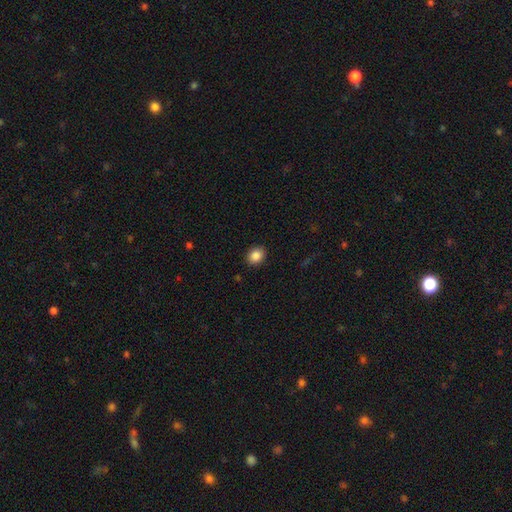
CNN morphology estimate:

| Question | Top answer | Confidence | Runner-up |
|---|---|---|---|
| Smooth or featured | smooth | 87% | star or artifact (9%) |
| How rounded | round | 52% | in between (47%) |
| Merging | none | 90% | minor disturbance (7%) |